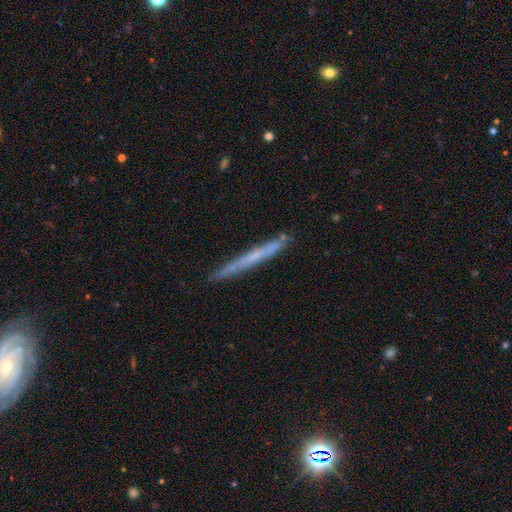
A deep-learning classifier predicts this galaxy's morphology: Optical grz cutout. It shows a featured or disk galaxy (51%) viewed edge-on (95%). Merging: none (86%).